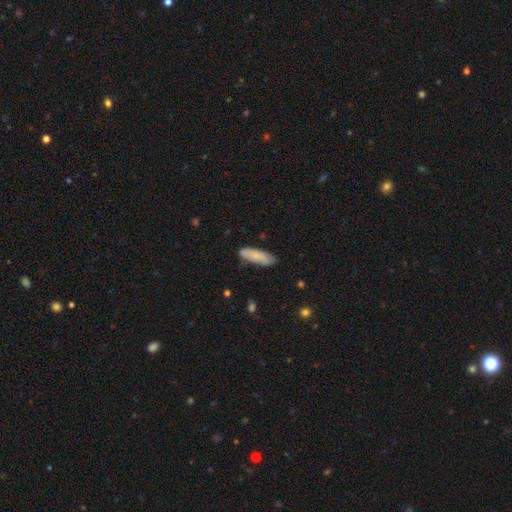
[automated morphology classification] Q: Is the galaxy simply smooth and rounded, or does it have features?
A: smooth — 78%.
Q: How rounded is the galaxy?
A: cigar-shaped — 53%.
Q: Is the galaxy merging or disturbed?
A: none — 78%.